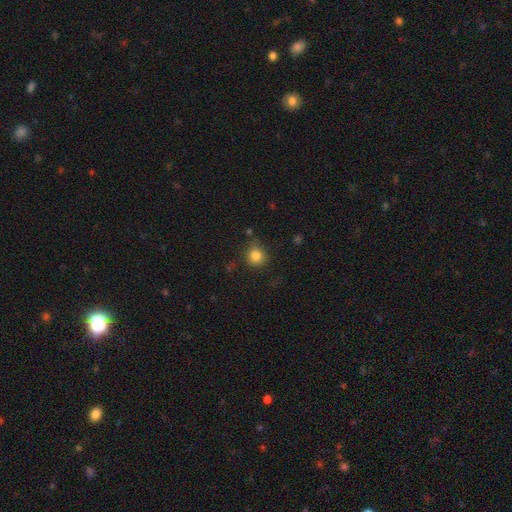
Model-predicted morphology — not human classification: Smooth or featured?
  - smooth: 83% *
  - star or artifact: 11%
  - featured or disk: 6%
How rounded?
  - round: 89% *
  - in between: 10%
  - cigar-shaped: 1%
Merging?
  - none: 79% *
  - minor disturbance: 14%
  - major disturbance: 4%
  - merger: 3%